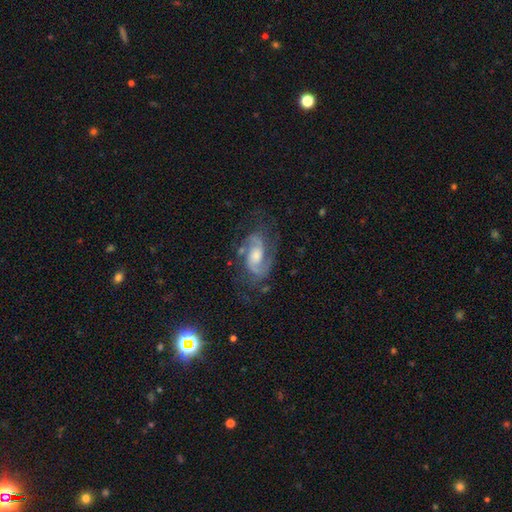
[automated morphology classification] The model was most divided on "bar": no: 48%, weak: 42%, strong: 10%. More confident: spiral arms — yes (97%); edge-on disk — no (97%); smooth or featured — featured or disk (88%); spiral arm count — 2 (86%); merging — none (69%); spiral winding — medium (55%); bulge size — moderate (52%).